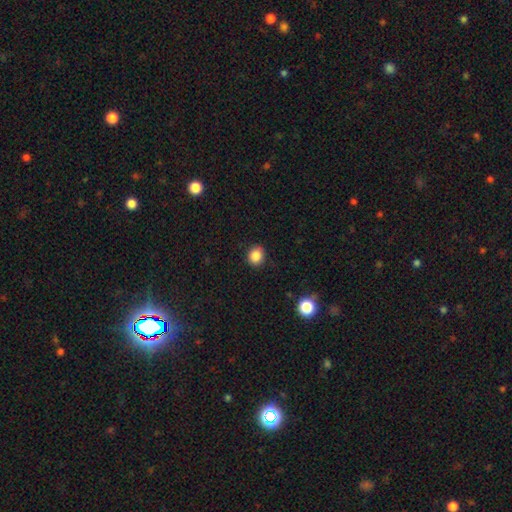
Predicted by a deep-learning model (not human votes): Overall: smooth (86%). How rounded: round (73%). Merging: none (89%).